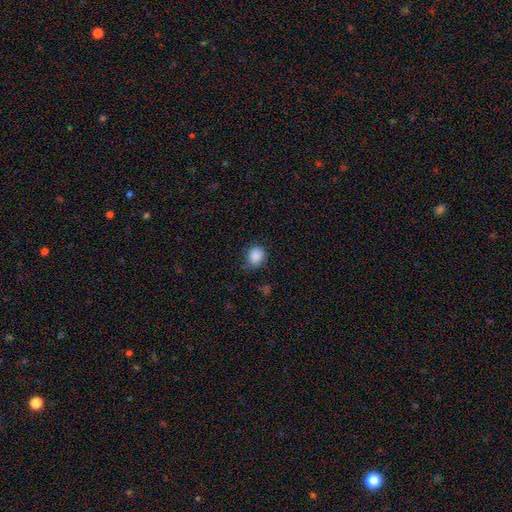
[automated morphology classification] This is clearly a smooth galaxy (87%). How rounded: likely round (63%). Merging: likely none (69%).